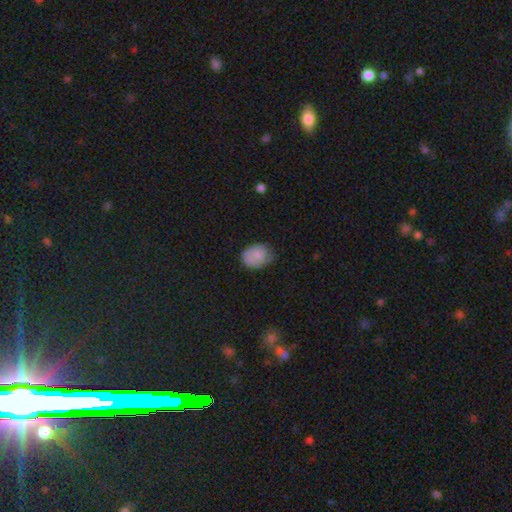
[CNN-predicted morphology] This appears to be a smooth galaxy with no disk features (81%) that is in between round and cigar-shaped (64%). Merging: none (61%).